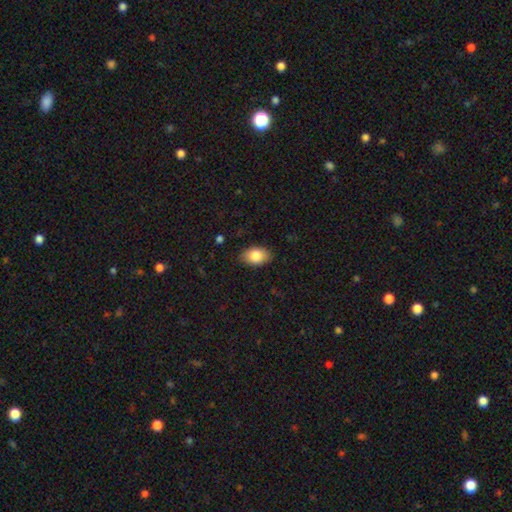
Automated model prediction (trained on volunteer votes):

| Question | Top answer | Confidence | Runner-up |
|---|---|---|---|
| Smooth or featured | smooth | 83% | featured or disk (10%) |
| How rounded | in between | 89% | round (9%) |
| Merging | none | 85% | minor disturbance (11%) |